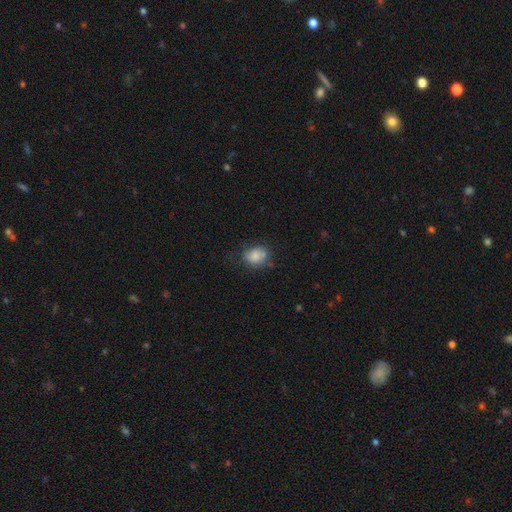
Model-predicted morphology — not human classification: Overall: smooth (79%). How rounded: in between (51%; round 48%). Merging: none (57%; minor disturbance 26%).